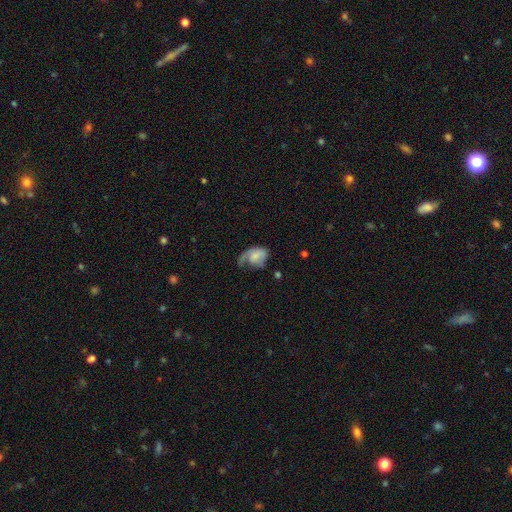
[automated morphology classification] Smooth or featured? Predicted: smooth (p=0.49). Merging? Predicted: major disturbance (p=0.43).